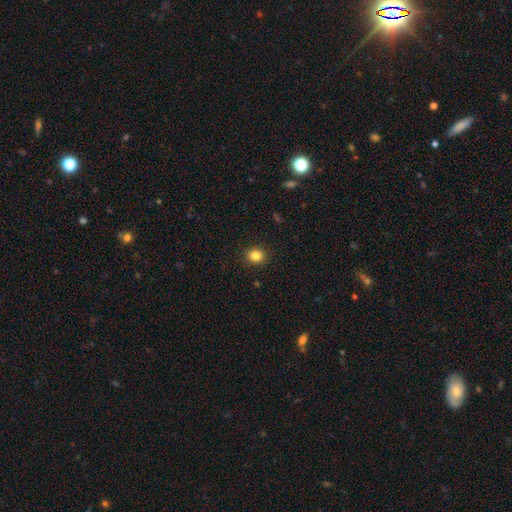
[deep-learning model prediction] smooth-or-featured: smooth: 84% | star or artifact: 11% | featured or disk: 5%
  how-rounded: round: 74% | in between: 25% | cigar-shaped: 1%
  merging: none: 91% | minor disturbance: 6% | major disturbance: 2% | merger: 1%